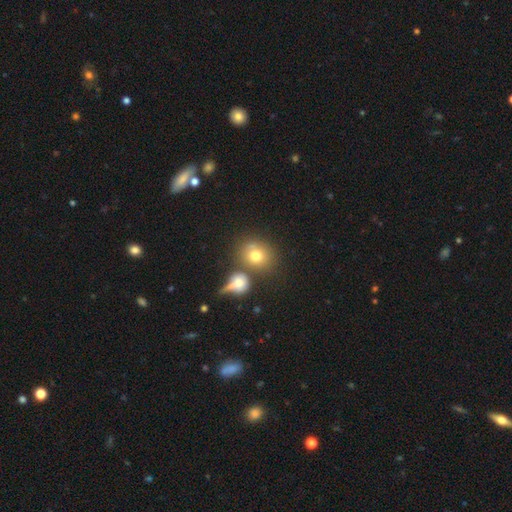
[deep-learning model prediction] Smooth or featured? smooth (71%)
How rounded? round (76%)
Merging? none (54%)